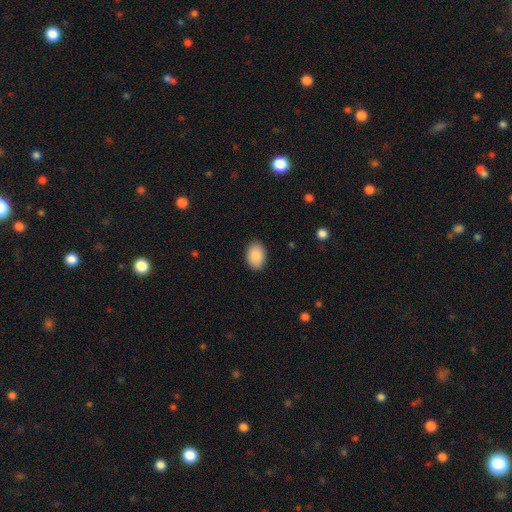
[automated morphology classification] smooth 90%, star or artifact 6%, featured or disk 4%. Down the decision tree: how rounded — in between (83%); merging — none (89%).